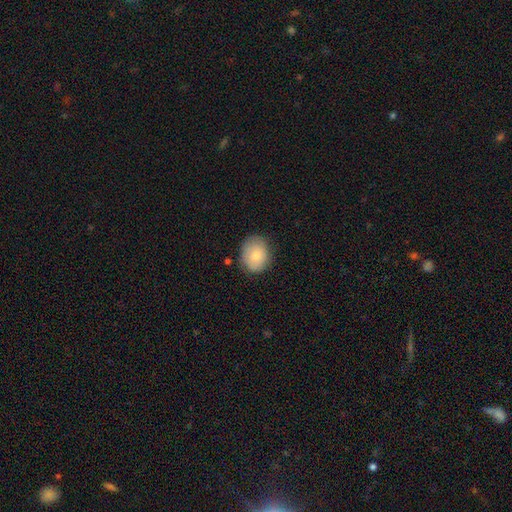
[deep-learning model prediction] This is clearly a smooth galaxy (83%). How rounded: possibly round (50%). Merging: likely none (76%).